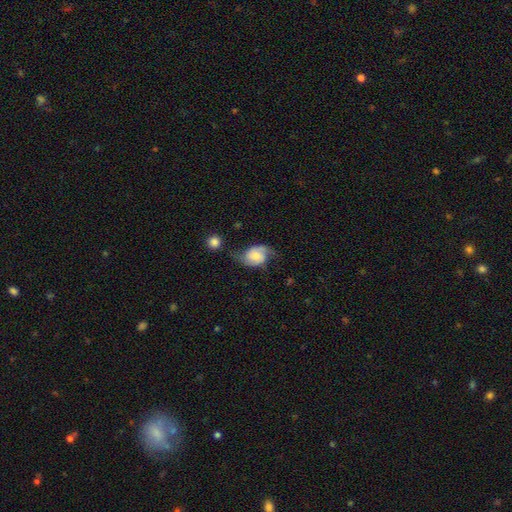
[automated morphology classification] Smooth or featured? featured or disk (62%)
Edge-on disk? no (97%)
Bar? no (61%)
Spiral arms? yes (92%)
Spiral winding? medium (41%)
Spiral arm count? 2 (87%)
Bulge size? moderate (33%)
Merging? none (50%)